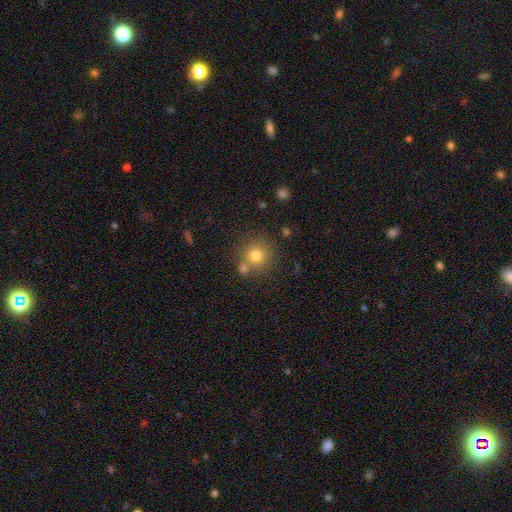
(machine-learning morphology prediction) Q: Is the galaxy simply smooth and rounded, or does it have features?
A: smooth — 77%.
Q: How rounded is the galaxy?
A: round — 92%.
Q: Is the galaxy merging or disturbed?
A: none — 69%.